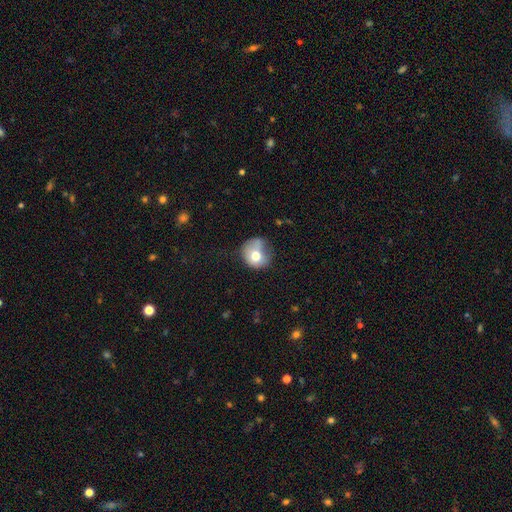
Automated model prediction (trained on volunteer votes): A smooth galaxy with no disk features (70%) that is round (73%).

Vote fractions:
- Smooth or featured? smooth: 70% / featured or disk: 20% / star or artifact: 10%
- How rounded? round: 73% / in between: 26% / cigar-shaped: 1%
- Merging? none: 41% / minor disturbance: 33% / major disturbance: 18% / merger: 9%